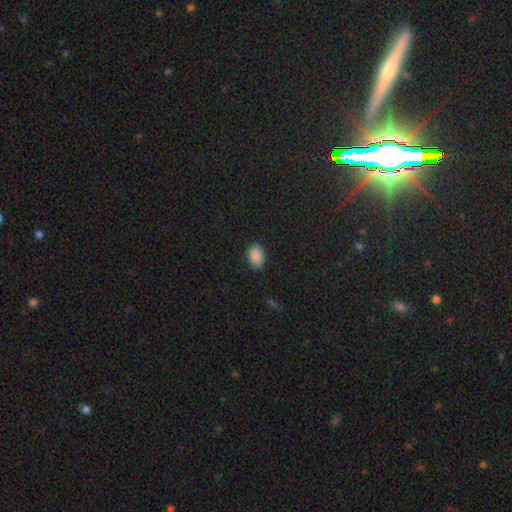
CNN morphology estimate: Smooth or featured?
  - smooth: 88% *
  - star or artifact: 9%
  - featured or disk: 3%
How rounded?
  - in between: 85% *
  - round: 14%
  - cigar-shaped: 1%
Merging?
  - none: 84% *
  - minor disturbance: 13%
  - major disturbance: 2%
  - merger: 1%